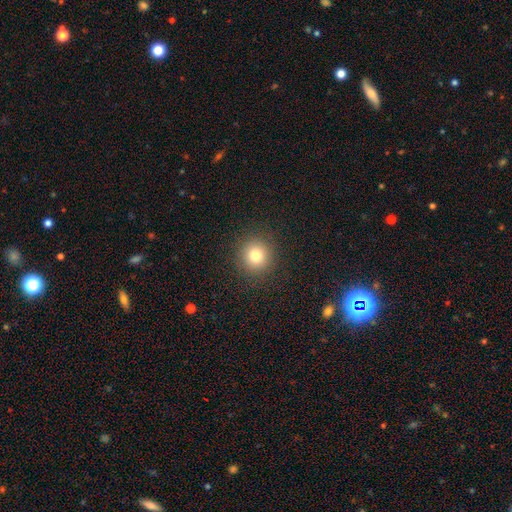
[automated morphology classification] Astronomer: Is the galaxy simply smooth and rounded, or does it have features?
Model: smooth — 79%.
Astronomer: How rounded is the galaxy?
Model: round — 93%.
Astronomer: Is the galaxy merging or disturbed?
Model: none — 91%.